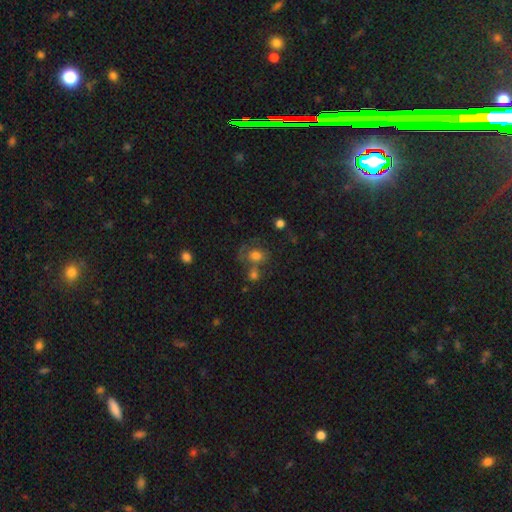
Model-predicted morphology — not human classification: Smooth or featured? Predicted: smooth (p=0.65). How rounded? Predicted: round (p=0.50). Merging? Predicted: none (p=0.38).